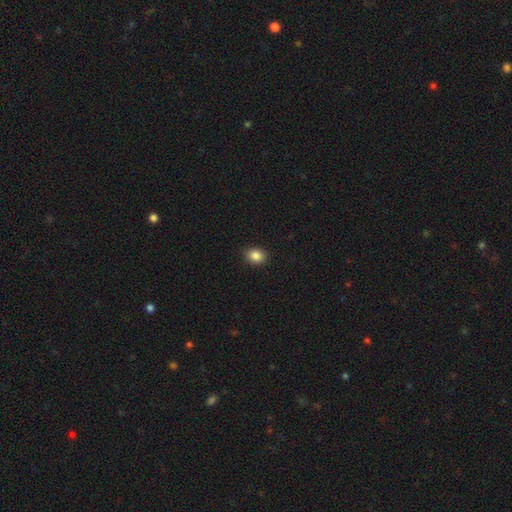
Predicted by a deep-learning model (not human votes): This is clearly a smooth galaxy (87%). How rounded: possibly in between (58%). Merging: clearly none (89%).